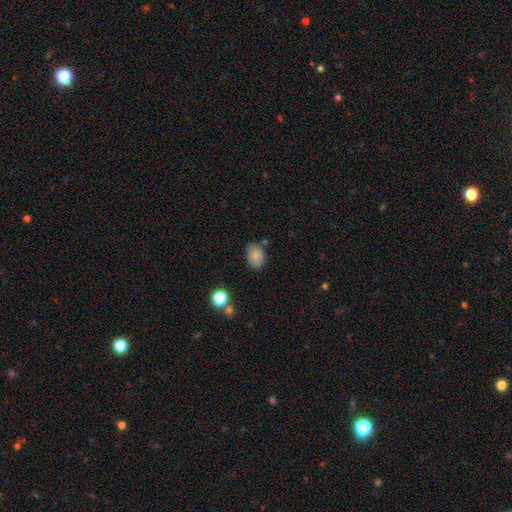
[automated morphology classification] smooth_or_featured: smooth (p=0.82) [alt: featured or disk p=0.09]
how_rounded: in between (p=0.78) [alt: round p=0.21]
merging: none (p=0.69) [alt: minor disturbance p=0.22]